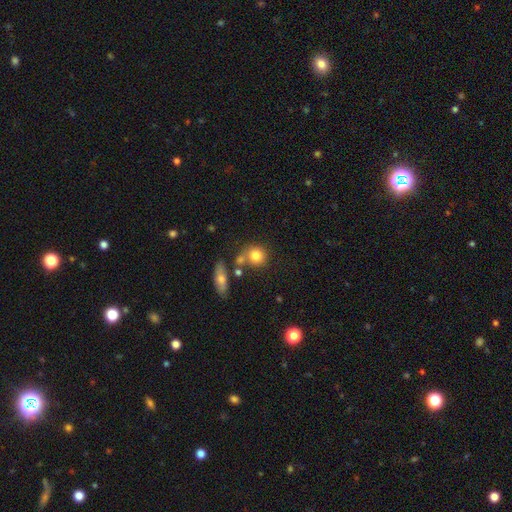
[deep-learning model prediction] Smooth or featured? smooth (80%)
How rounded? round (83%)
Merging? none (62%)